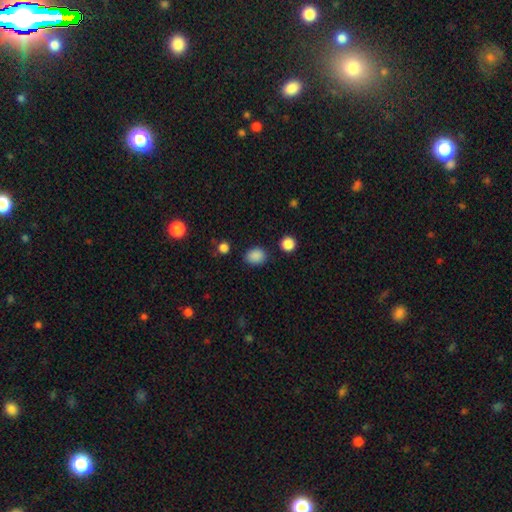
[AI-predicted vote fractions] This is clearly a smooth galaxy (87%). How rounded: possibly in between (55%). Merging: clearly none (82%).